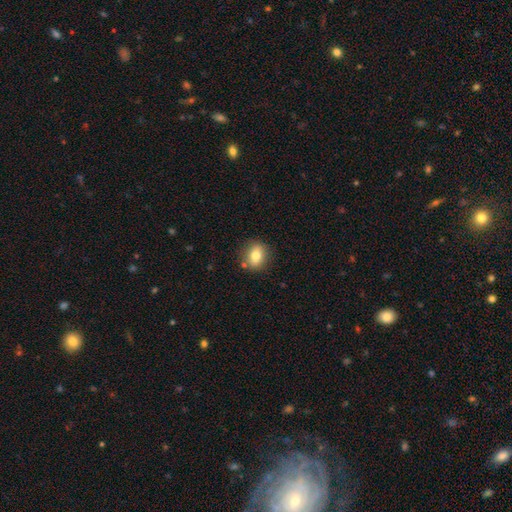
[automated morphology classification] Smooth or featured?
  - smooth: 73% *
  - featured or disk: 18%
  - star or artifact: 9%
How rounded?
  - round: 57% *
  - in between: 41%
  - cigar-shaped: 2%
Merging?
  - none: 82% *
  - minor disturbance: 11%
  - merger: 4%
  - major disturbance: 3%